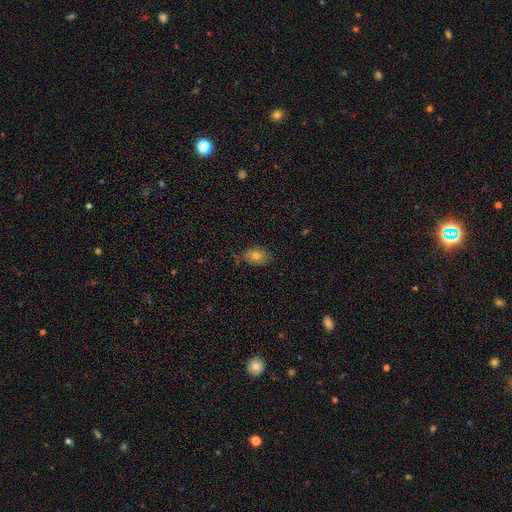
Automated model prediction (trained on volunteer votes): smooth 70%, featured or disk 19%, star or artifact 11%. Down the decision tree: how rounded — in between (80%); merging — none (72%).